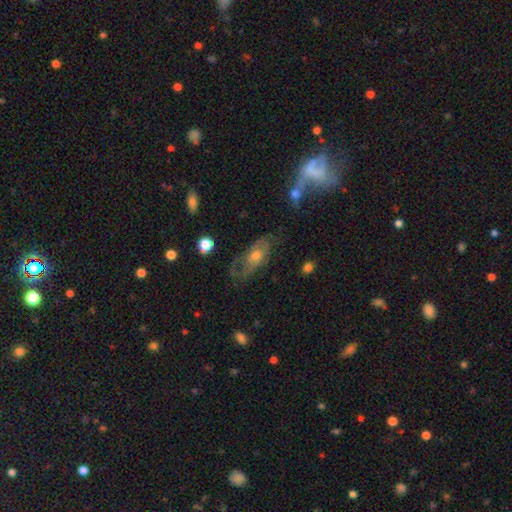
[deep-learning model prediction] This appears to be a featured or disk galaxy (63%) with no bar (77%), spiral arms (67%) and a moderate central bulge (61%). Merging: none (55%).